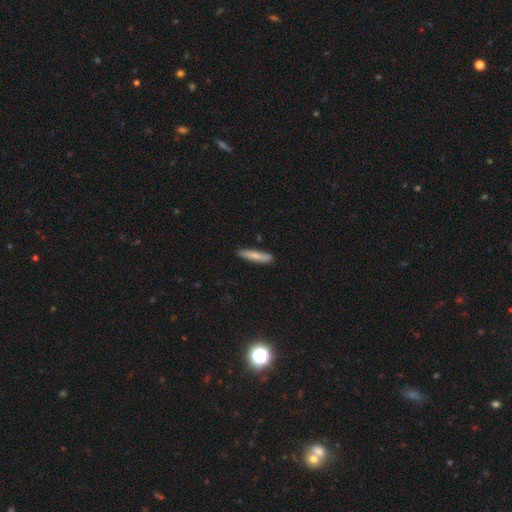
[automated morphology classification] A smooth galaxy with no disk features (72%) that is cigar-shaped (86%).

Vote fractions:
- Smooth or featured? smooth: 72% / featured or disk: 23% / star or artifact: 6%
- How rounded? cigar-shaped: 86% / in between: 13% / round: 2%
- Merging? none: 86% / minor disturbance: 10% / major disturbance: 2% / merger: 2%